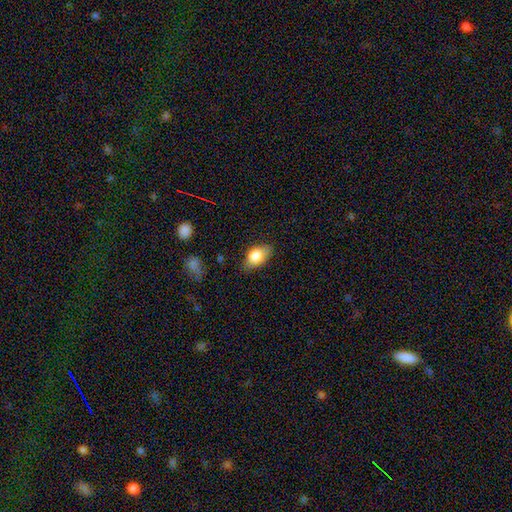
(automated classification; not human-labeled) This is clearly a smooth galaxy (82%). How rounded: clearly in between (88%). Merging: likely none (72%).